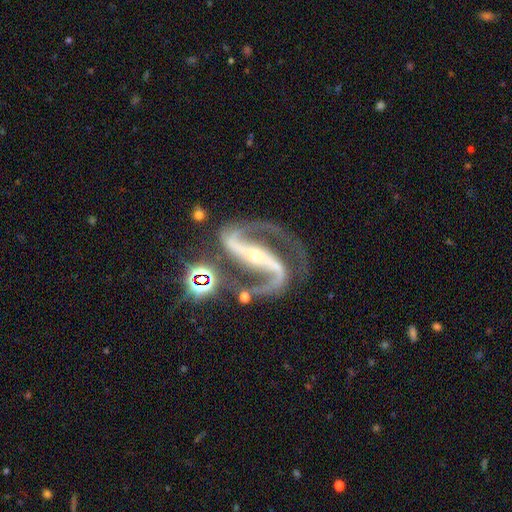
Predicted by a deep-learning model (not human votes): Morphology: type=featured or disk (92%); edge-on=no (96%); bar=strong (79%); spiral arms=yes (98%); winding=medium (59%); arm count=2 (94%); bulge=small (73%); merging=none (72%).